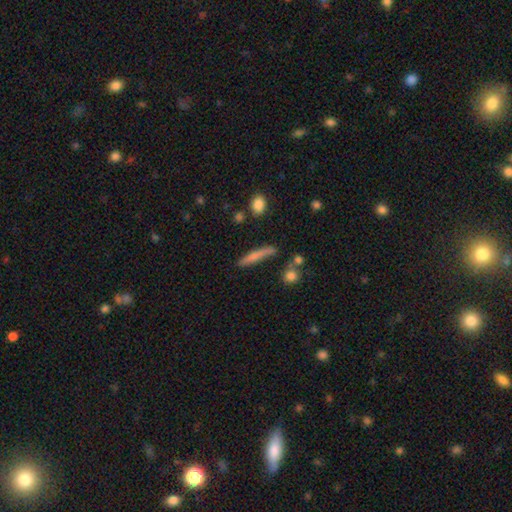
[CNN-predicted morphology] A smooth galaxy with no disk features (69%) that is cigar-shaped (89%). Merging: none (74%).